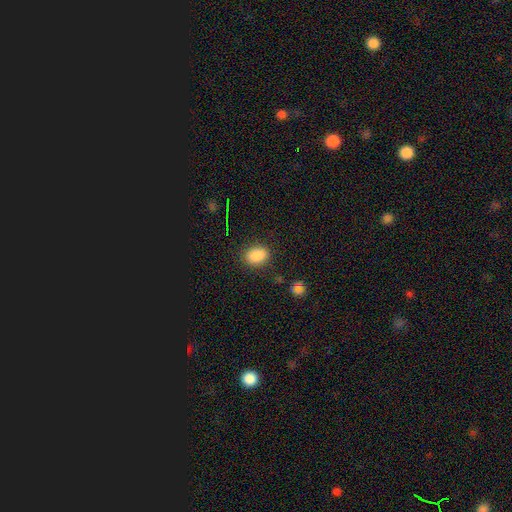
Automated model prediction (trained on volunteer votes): A smooth galaxy with no disk features (85%) that is in between round and cigar-shaped (73%). Merging: none (83%).